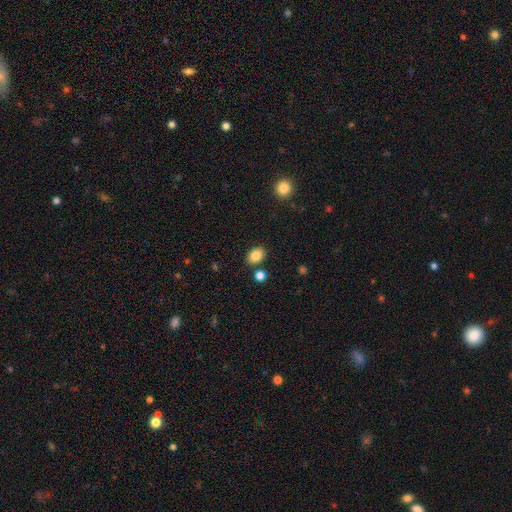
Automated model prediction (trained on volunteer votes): Smooth or featured?
  - smooth: 83% *
  - star or artifact: 10%
  - featured or disk: 7%
How rounded?
  - in between: 71% *
  - round: 28%
  - cigar-shaped: 1%
Merging?
  - none: 83% *
  - minor disturbance: 9%
  - merger: 6%
  - major disturbance: 2%